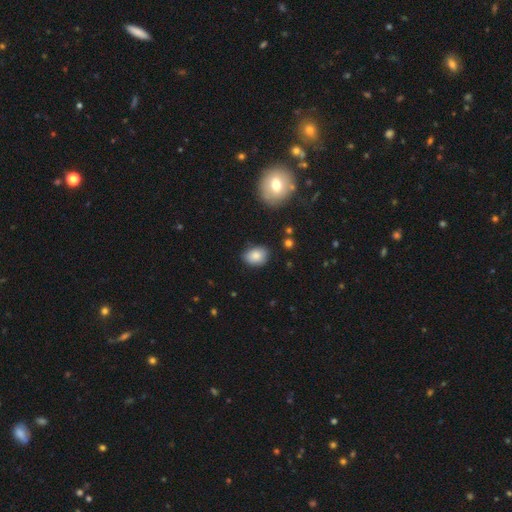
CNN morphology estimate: smooth_or_featured: smooth (p=0.84) [alt: star or artifact p=0.09]
how_rounded: in between (p=0.67) [alt: round p=0.32]
merging: none (p=0.79) [alt: minor disturbance p=0.16]